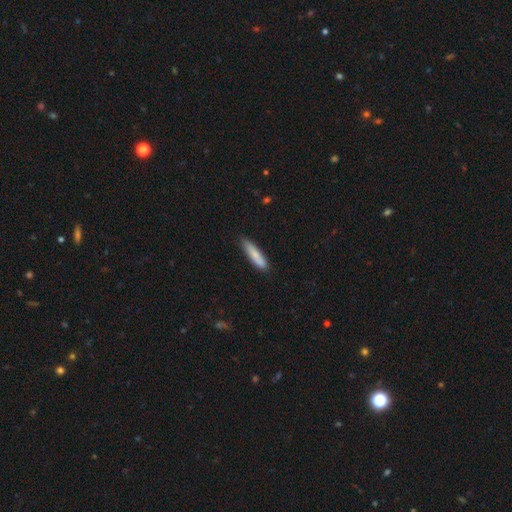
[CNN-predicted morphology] Smooth or featured?
  - smooth: 80% *
  - featured or disk: 14%
  - star or artifact: 6%
How rounded?
  - cigar-shaped: 80% *
  - in between: 18%
  - round: 1%
Merging?
  - none: 80% *
  - minor disturbance: 16%
  - major disturbance: 2%
  - merger: 2%